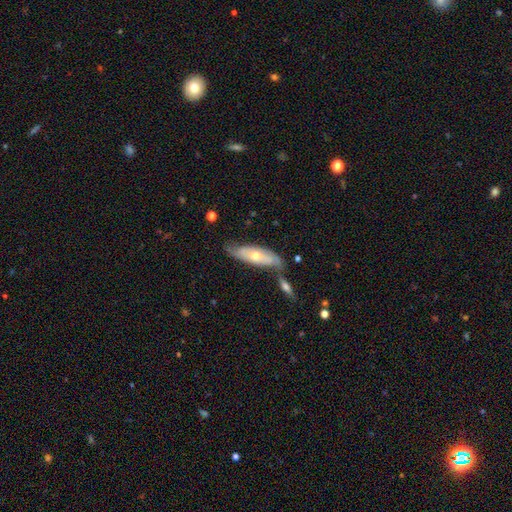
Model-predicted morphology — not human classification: This is possibly a featured or disk galaxy (51%). It is likely not viewed edge-on (67%). Merging: possibly none (53%).